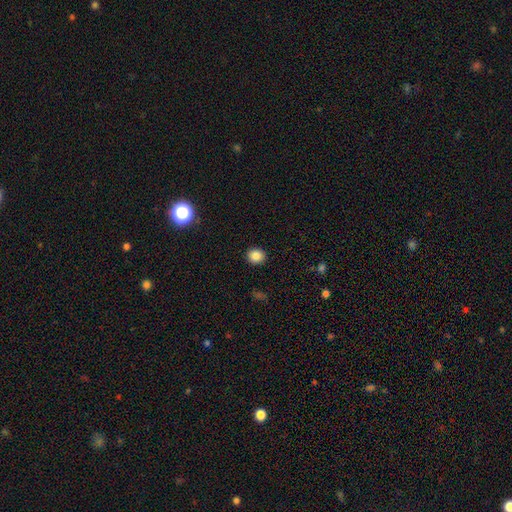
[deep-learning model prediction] Overall: smooth (85%). How rounded: round (82%). Merging: none (92%).